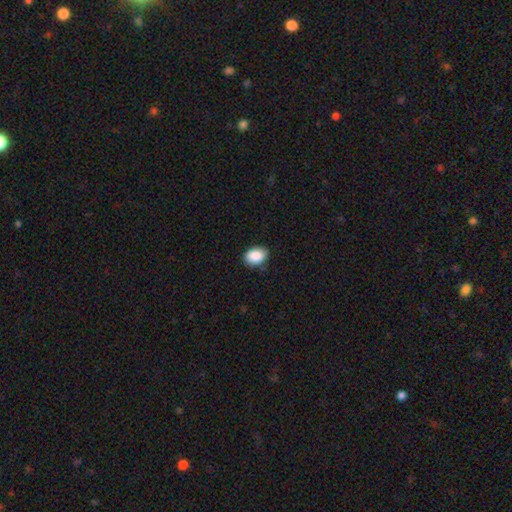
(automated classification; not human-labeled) Q: Smooth or featured?
A: smooth (88%); runner-up: star or artifact (7%)
Q: How rounded?
A: in between (81%); runner-up: round (18%)
Q: Merging?
A: none (82%); runner-up: minor disturbance (14%)